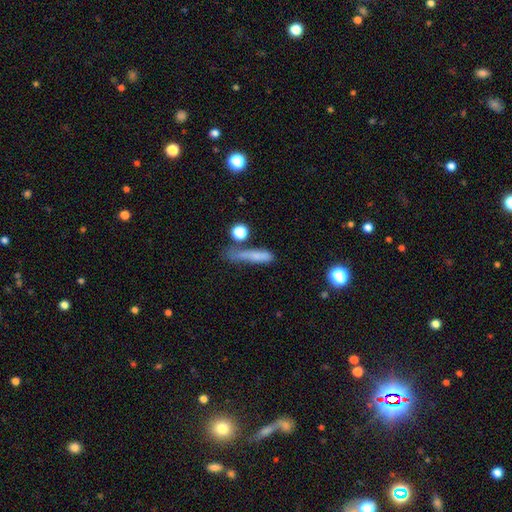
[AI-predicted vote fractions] smooth_or_featured: smooth (p=0.68) [alt: featured or disk p=0.21]
how_rounded: cigar-shaped (p=0.77) [alt: in between p=0.16]
merging: none (p=0.44) [alt: minor disturbance p=0.25]